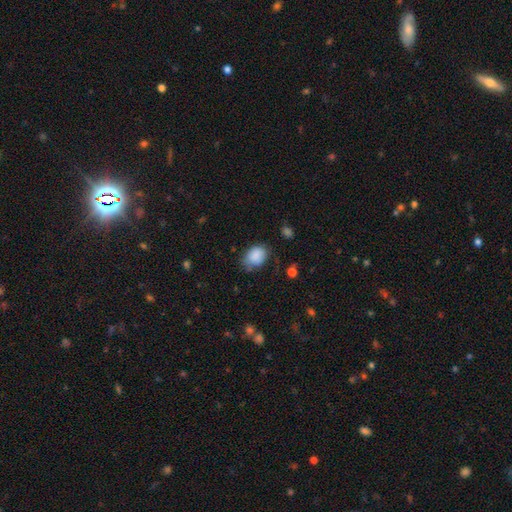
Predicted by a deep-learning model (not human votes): smooth-or-featured: smooth: 86% | star or artifact: 8% | featured or disk: 6%
  how-rounded: in between: 74% | round: 25% | cigar-shaped: 1%
  merging: none: 64% | minor disturbance: 27% | major disturbance: 7% | merger: 2%